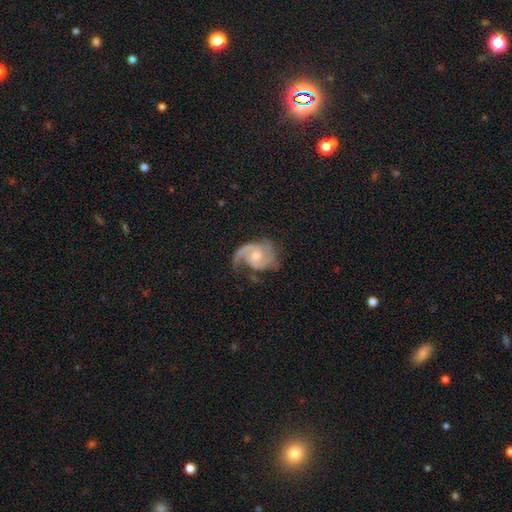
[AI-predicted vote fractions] This is clearly a featured or disk galaxy (85%). It is clearly not viewed edge-on (98%). Bar: likely no (64%). Spiral arm pattern: clearly yes (96%). Spiral arm count: likely 2 (61%). Spiral winding: possibly medium (47%). Central bulge: possibly moderate (59%). Merging: possibly none (49%).